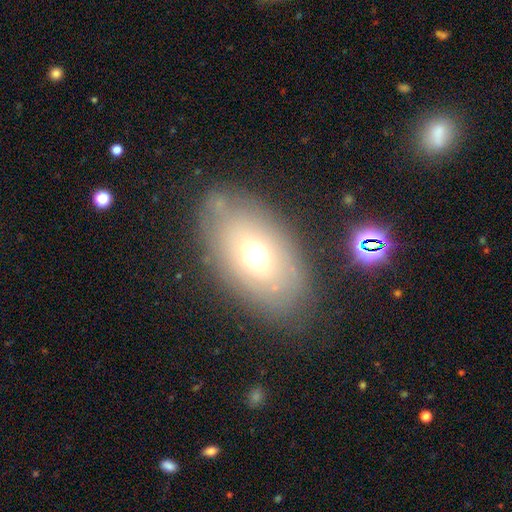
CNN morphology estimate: Smooth or featured?
  - smooth: 54% *
  - featured or disk: 34%
  - star or artifact: 13%
How rounded?
  - in between: 89% *
  - round: 9%
  - cigar-shaped: 2%
Merging?
  - none: 77% *
  - minor disturbance: 14%
  - major disturbance: 6%
  - merger: 3%